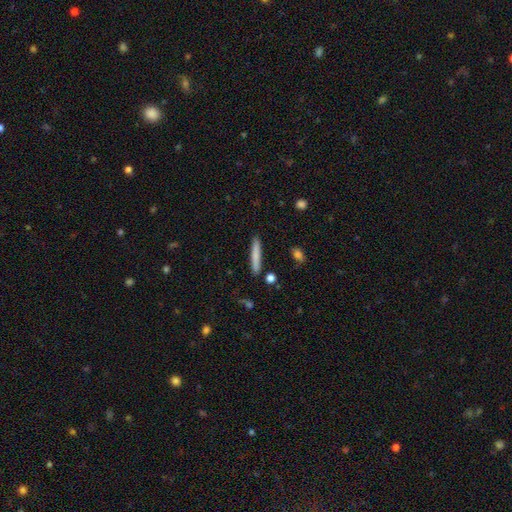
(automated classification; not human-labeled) A smooth galaxy with no disk features (77%) that is cigar-shaped (94%). Merging: none (89%).